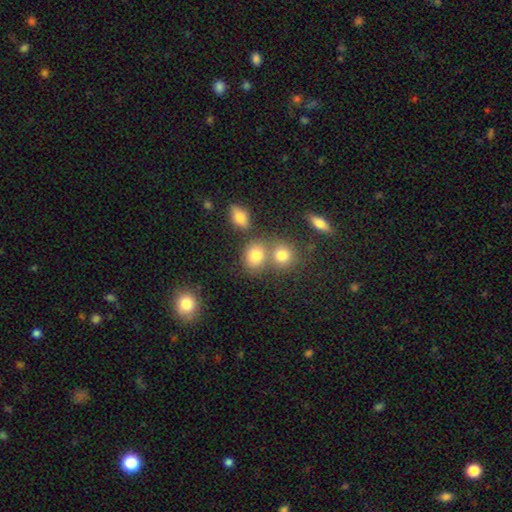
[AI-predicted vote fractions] smooth 77%, star or artifact 13%, featured or disk 10%. Down the decision tree: how rounded — round (55%); merging — none (52%).